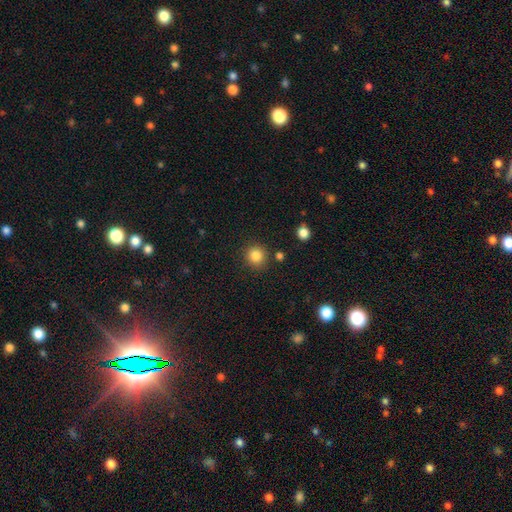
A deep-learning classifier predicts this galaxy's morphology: smooth_or_featured: smooth (p=0.85) [alt: star or artifact p=0.11]
how_rounded: round (p=0.90) [alt: in between p=0.09]
merging: none (p=0.86) [alt: minor disturbance p=0.07]